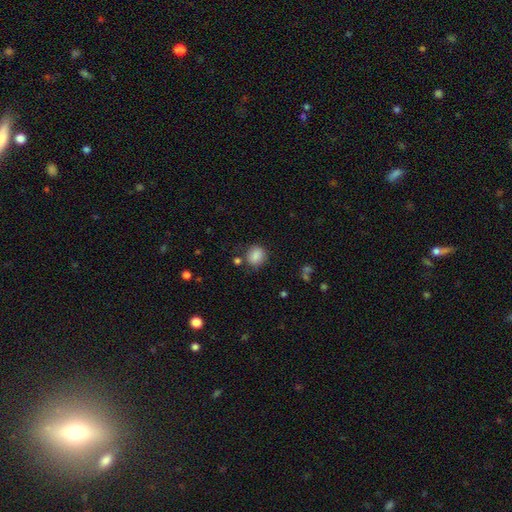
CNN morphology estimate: Smooth or featured? smooth (85%)
How rounded? round (65%)
Merging? none (75%)